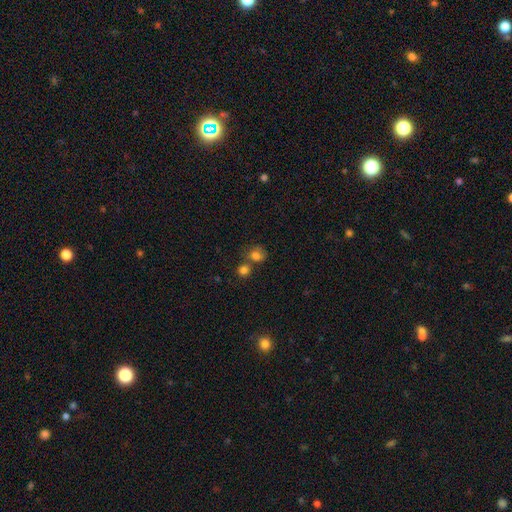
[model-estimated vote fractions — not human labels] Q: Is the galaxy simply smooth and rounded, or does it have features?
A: smooth — 77%.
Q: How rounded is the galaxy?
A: round — 67%.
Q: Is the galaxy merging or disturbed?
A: none — 50%.